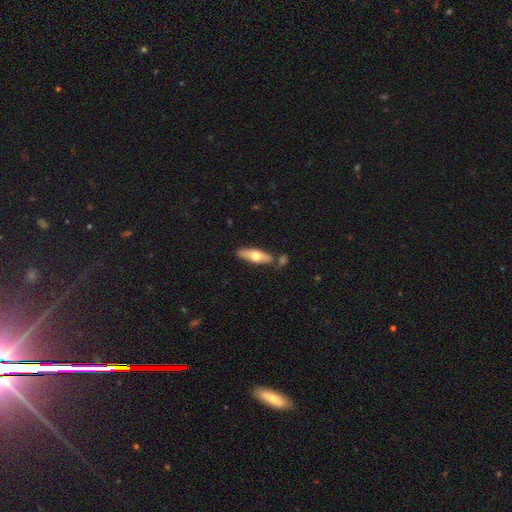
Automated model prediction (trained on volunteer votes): This is possibly a smooth galaxy (56%). How rounded: possibly in between (50%). Merging: likely none (77%).